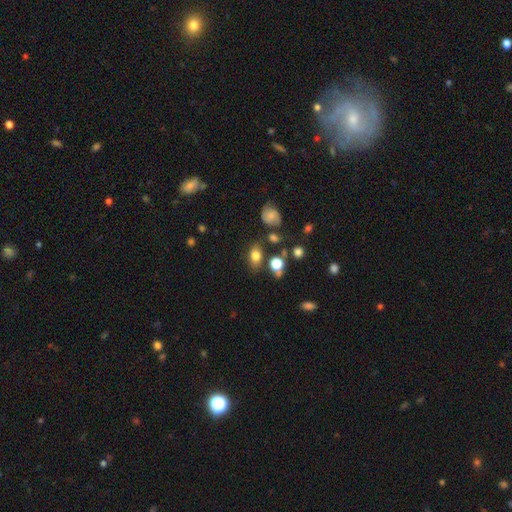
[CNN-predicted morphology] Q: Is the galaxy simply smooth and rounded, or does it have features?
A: smooth — 76%.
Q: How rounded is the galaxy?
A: in between — 78%.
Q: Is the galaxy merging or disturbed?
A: none — 70%.